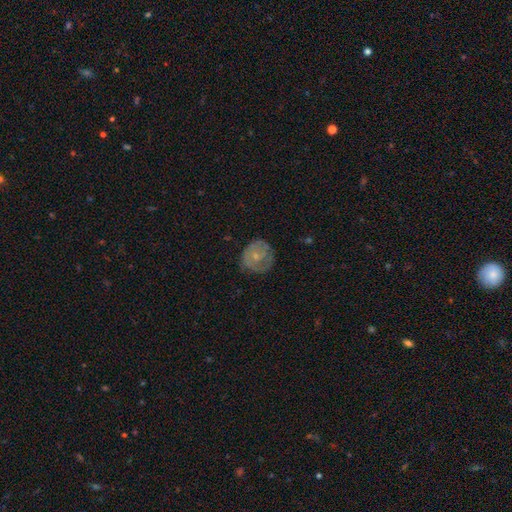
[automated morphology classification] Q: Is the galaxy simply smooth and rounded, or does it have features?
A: smooth — 51%.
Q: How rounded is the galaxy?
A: round — 87%.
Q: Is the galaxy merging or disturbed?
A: none — 70%.